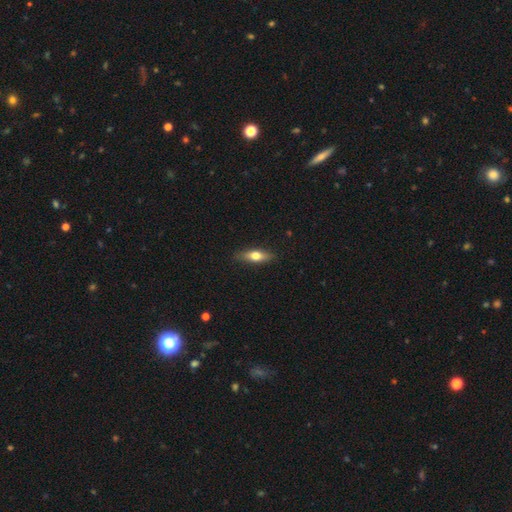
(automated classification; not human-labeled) smooth 59%, featured or disk 34%, star or artifact 6%. Down the decision tree: how rounded — in between (52%); merging — none (86%).